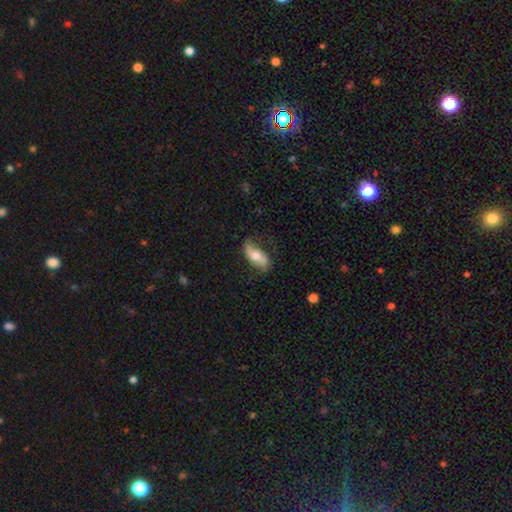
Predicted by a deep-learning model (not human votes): This appears to be a smooth galaxy with no disk features (58%) that is in between round and cigar-shaped (82%). Merging: none (67%).